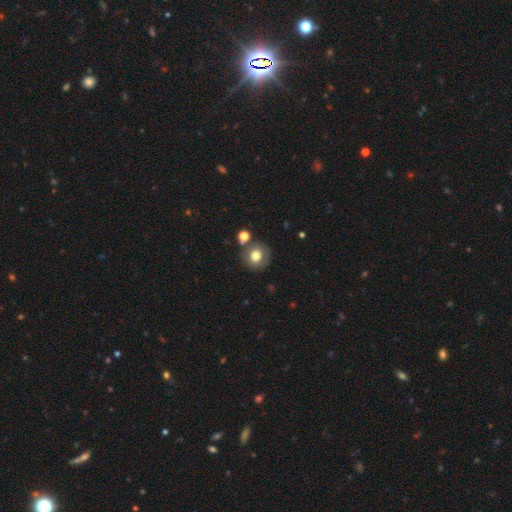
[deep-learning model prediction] Overall: smooth (70%). How rounded: round (87%). Merging: none (74%).